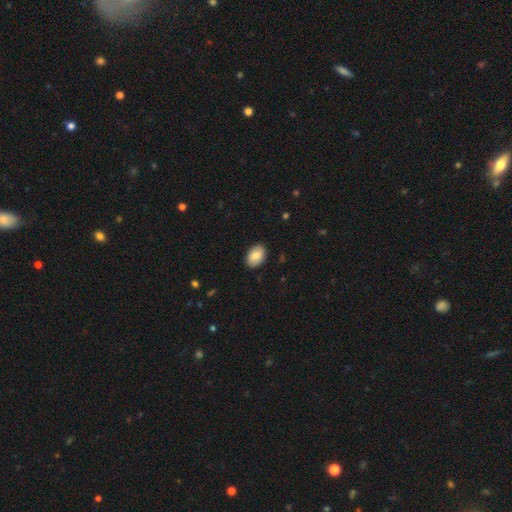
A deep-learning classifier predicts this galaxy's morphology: The model was most divided on "smooth or featured": smooth: 80%, featured or disk: 13%, star or artifact: 6%. More confident: merging — none (88%); how rounded — in between (88%).